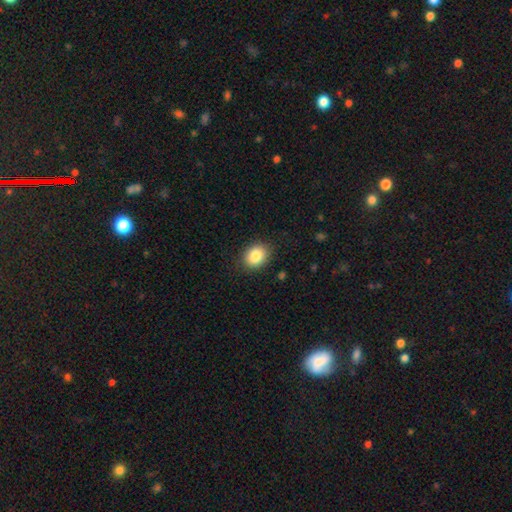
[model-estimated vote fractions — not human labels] Smooth or featured? Predicted: smooth (p=0.85). How rounded? Predicted: round (p=0.51). Merging? Predicted: none (p=0.86).